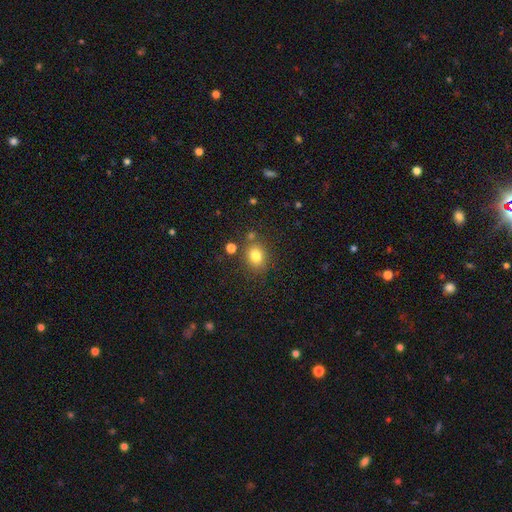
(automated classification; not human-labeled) smooth 80%, star or artifact 12%, featured or disk 8%. Down the decision tree: how rounded — round (60%); merging — none (77%).